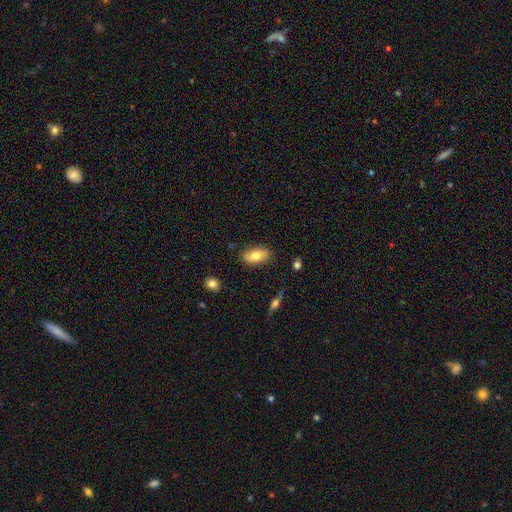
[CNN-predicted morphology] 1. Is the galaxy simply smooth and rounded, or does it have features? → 73% smooth, 20% featured or disk, 8% star or artifact.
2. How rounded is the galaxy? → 88% in between, 7% cigar-shaped, 5% round.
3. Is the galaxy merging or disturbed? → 82% none, 13% minor disturbance, 3% major disturbance, 2% merger.